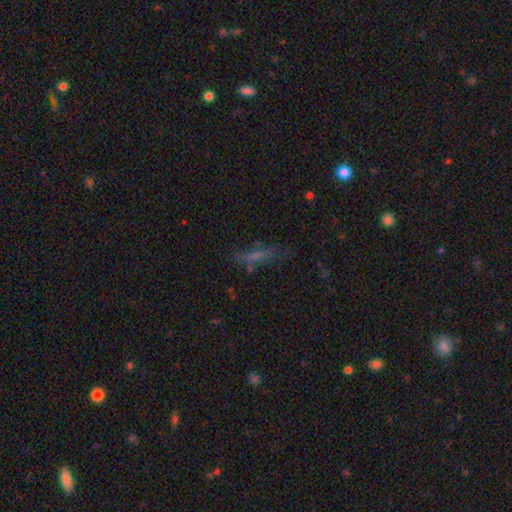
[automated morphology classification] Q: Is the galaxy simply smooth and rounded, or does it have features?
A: smooth — 45%.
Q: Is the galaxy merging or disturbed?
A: none — 68%.